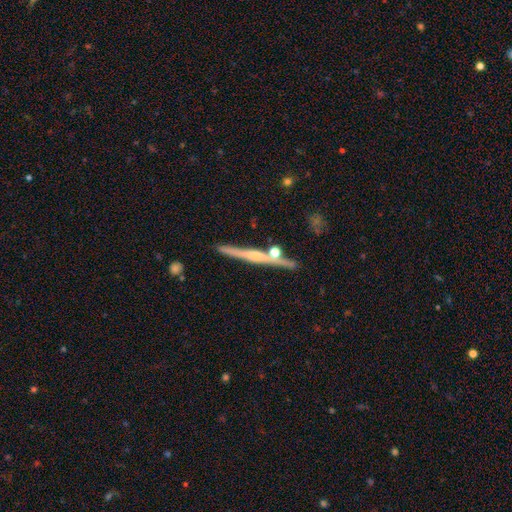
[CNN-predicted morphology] smooth_or_featured: featured or disk (p=0.66) [alt: smooth p=0.27]
disk_edge_on: yes (p=0.97) [alt: no p=0.03]
edge_on_bulge: rounded (p=0.49) [alt: none p=0.38]
merging: none (p=0.82) [alt: minor disturbance p=0.09]